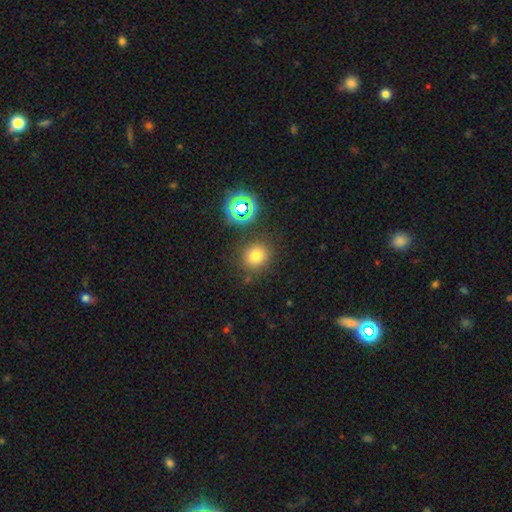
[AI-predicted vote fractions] This is likely a smooth galaxy (72%). How rounded: clearly round (84%). Merging: clearly none (81%).